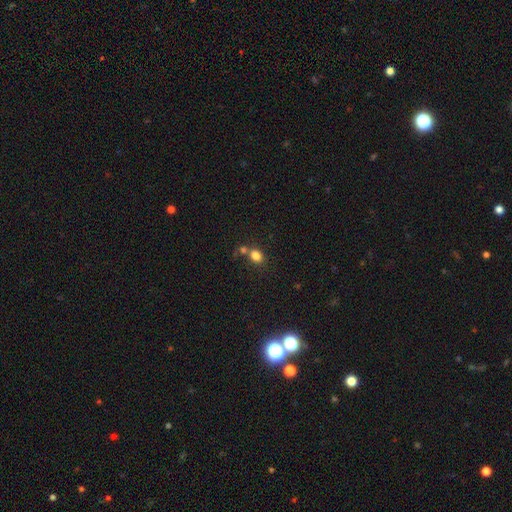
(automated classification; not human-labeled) This appears to be a smooth galaxy with no disk features (81%) that is in between round and cigar-shaped (57%). Merging: none (52%).